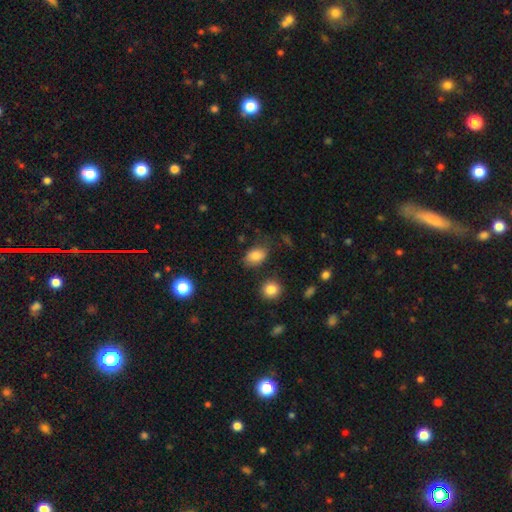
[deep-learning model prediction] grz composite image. It shows a smooth galaxy with no disk features (83%) that is in between round and cigar-shaped (82%). Merging: none (71%).